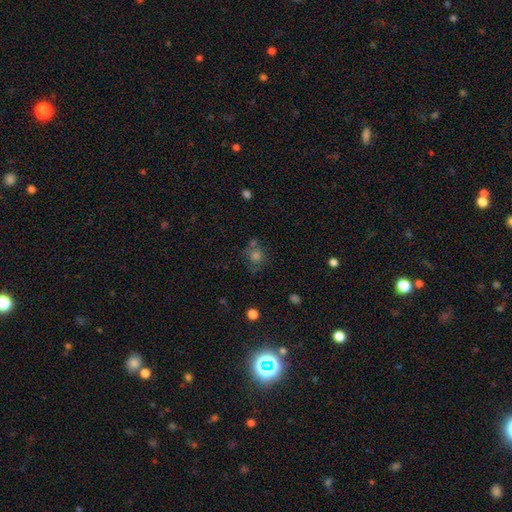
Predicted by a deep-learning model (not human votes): smooth-or-featured: smooth: 62% | star or artifact: 24% | featured or disk: 14%
  how-rounded: round: 84% | in between: 15% | cigar-shaped: 1%
  merging: none: 62% | minor disturbance: 16% | merger: 15% | major disturbance: 8%